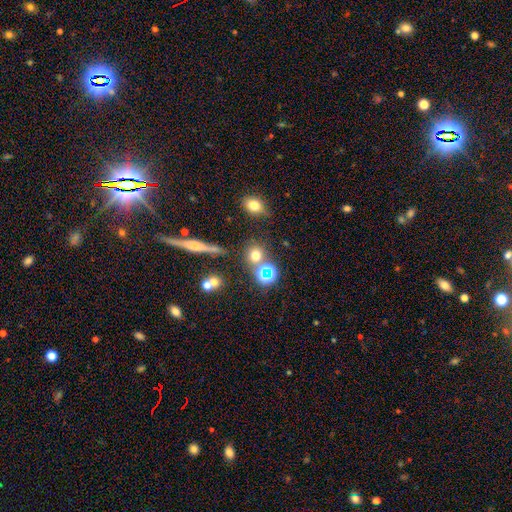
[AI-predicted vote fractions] smooth_or_featured: smooth (p=0.62) [alt: star or artifact p=0.25]
how_rounded: round (p=0.82) [alt: in between p=0.14]
merging: none (p=0.71) [alt: merger p=0.16]